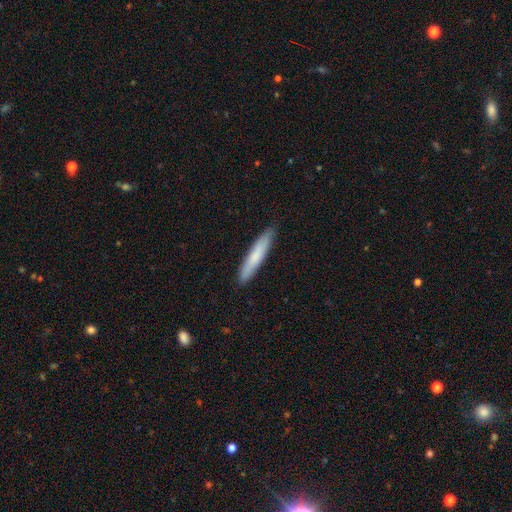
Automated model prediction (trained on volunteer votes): Q: Smooth or featured?
A: smooth (74%); runner-up: featured or disk (21%)
Q: How rounded?
A: cigar-shaped (92%); runner-up: in between (7%)
Q: Merging?
A: none (88%); runner-up: minor disturbance (9%)